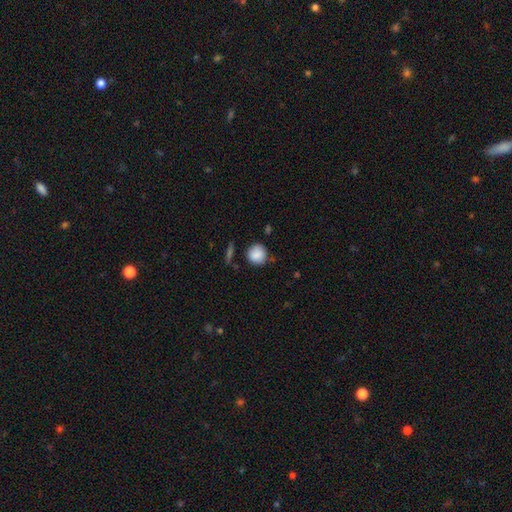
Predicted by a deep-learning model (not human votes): Q: Smooth or featured?
A: smooth (88%); runner-up: star or artifact (8%)
Q: How rounded?
A: round (90%); runner-up: in between (8%)
Q: Merging?
A: none (80%); runner-up: minor disturbance (13%)